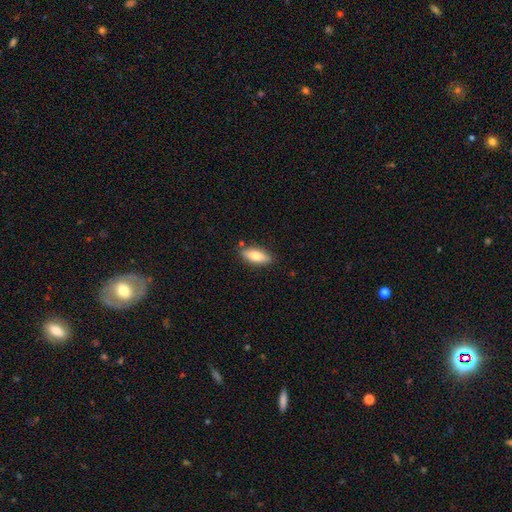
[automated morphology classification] The model was most divided on "how rounded": in between: 73%, cigar-shaped: 24%, round: 3%. More confident: merging — none (83%); smooth or featured — smooth (72%).